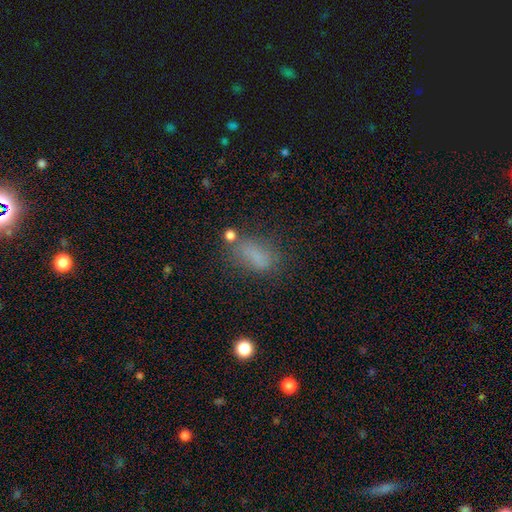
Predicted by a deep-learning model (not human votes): This appears to be a smooth galaxy with no disk features (71%) that is in between round and cigar-shaped (79%). Merging: none (57%).